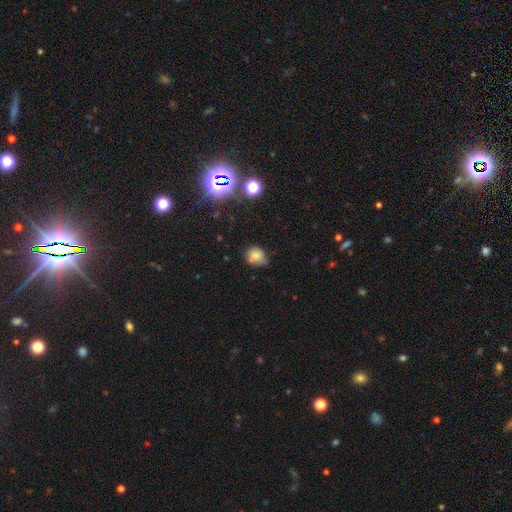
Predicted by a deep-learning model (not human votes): Morphology: type=smooth (75%); roundness=round (60%); merging=none (56%).